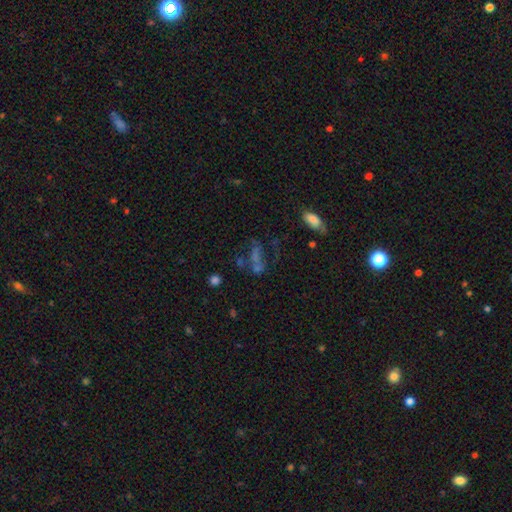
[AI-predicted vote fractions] Morphology: type=star or artifact (36%).